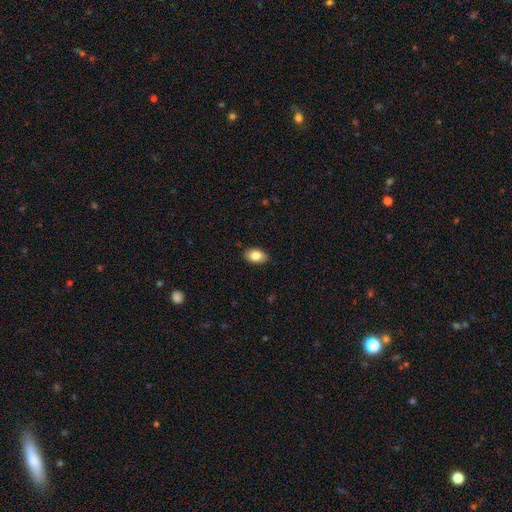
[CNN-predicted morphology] This appears to be a smooth galaxy with no disk features (84%) that is in between round and cigar-shaped (87%). Merging: none (87%).